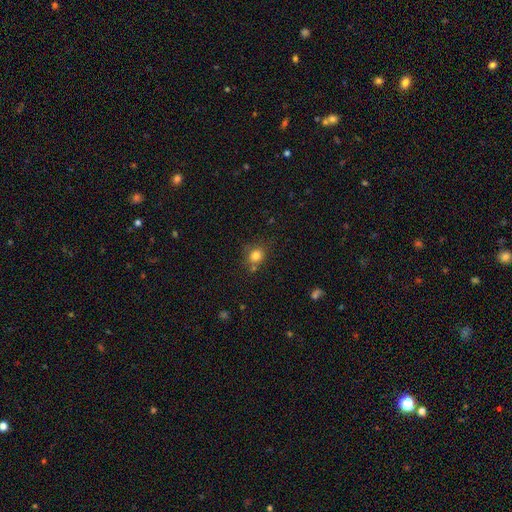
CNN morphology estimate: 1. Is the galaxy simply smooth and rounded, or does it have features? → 81% smooth, 12% star or artifact, 7% featured or disk.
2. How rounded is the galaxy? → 74% round, 25% in between, 1% cigar-shaped.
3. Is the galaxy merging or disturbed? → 69% none, 14% minor disturbance, 12% merger, 4% major disturbance.